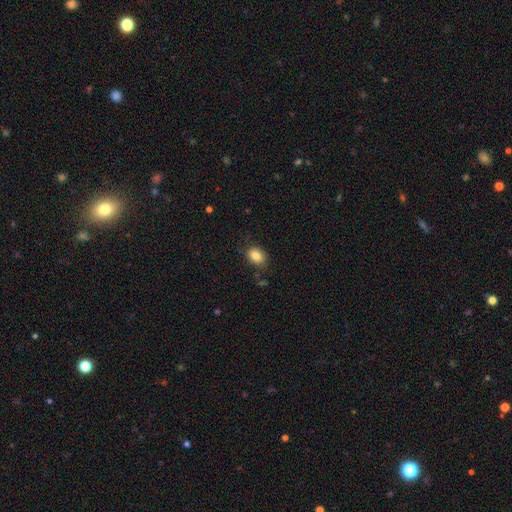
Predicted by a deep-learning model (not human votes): A smooth galaxy with no disk features (84%) that is in between round and cigar-shaped (64%). Merging: none (82%).